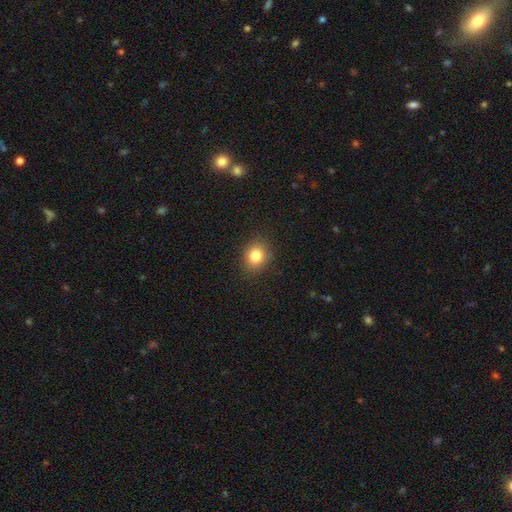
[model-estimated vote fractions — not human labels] Smooth or featured? Predicted: smooth (p=0.82). How rounded? Predicted: round (p=0.65). Merging? Predicted: none (p=0.87).